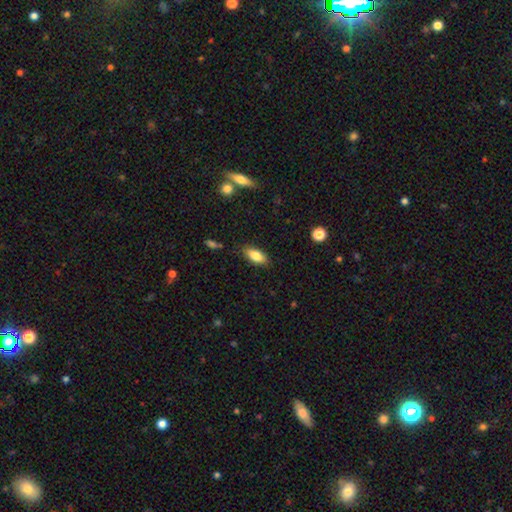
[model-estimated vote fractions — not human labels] smooth 83%, featured or disk 10%, star or artifact 7%. Down the decision tree: how rounded — in between (86%); merging — none (84%).